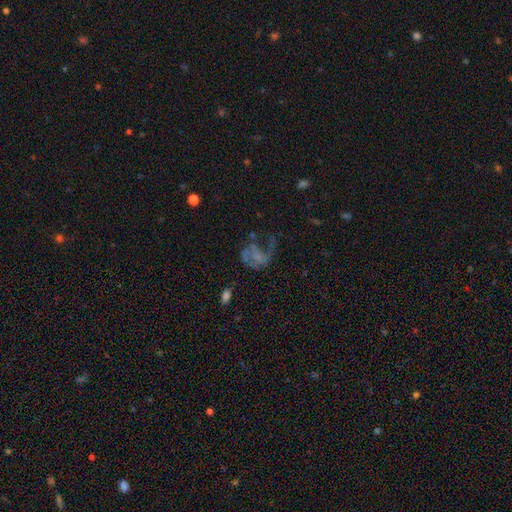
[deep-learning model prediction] Smooth or featured: featured or disk — 62% (smooth — 23%)
Edge-on disk: no — 98% (yes — 2%)
Bar: no — 68% (weak — 25%)
Spiral arms: yes — 63% (no — 37%)
Bulge size: none — 58% (small — 30%)
Merging: major disturbance — 51% (none — 28%)